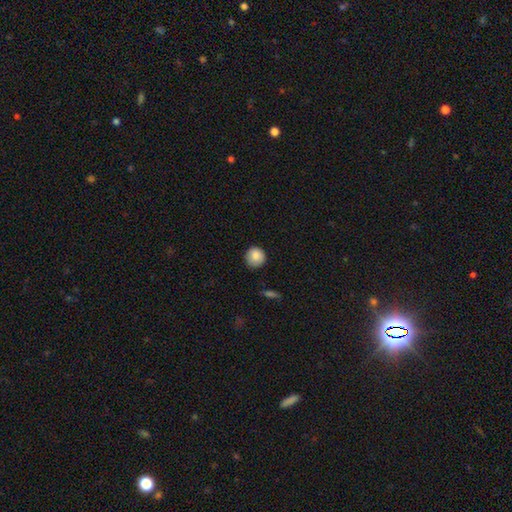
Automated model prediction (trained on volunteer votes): A smooth galaxy with no disk features (85%) that is round (93%).

Vote fractions:
- Smooth or featured? smooth: 85% / star or artifact: 8% / featured or disk: 7%
- How rounded? round: 93% / in between: 6% / cigar-shaped: 1%
- Merging? none: 86% / minor disturbance: 11% / major disturbance: 2% / merger: 1%